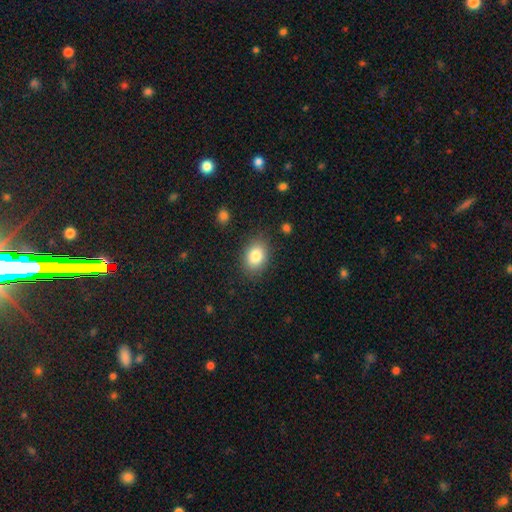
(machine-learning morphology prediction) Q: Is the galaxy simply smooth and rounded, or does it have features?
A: smooth — 84%.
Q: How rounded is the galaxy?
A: in between — 70%.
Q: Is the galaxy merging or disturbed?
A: none — 85%.